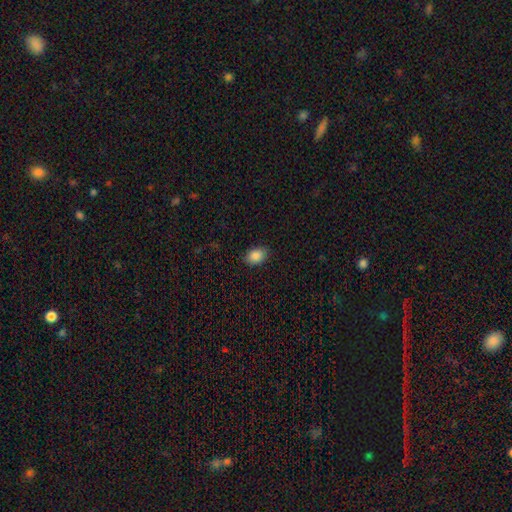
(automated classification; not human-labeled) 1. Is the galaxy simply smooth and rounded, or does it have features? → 88% smooth, 8% star or artifact, 4% featured or disk.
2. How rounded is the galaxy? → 83% in between, 16% round, 1% cigar-shaped.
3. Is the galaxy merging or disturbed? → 86% none, 11% minor disturbance, 2% major disturbance, 1% merger.